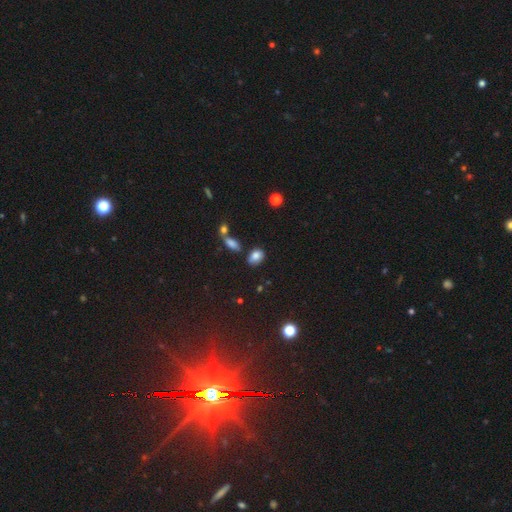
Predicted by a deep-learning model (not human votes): smooth_or_featured: smooth (p=0.80) [alt: star or artifact p=0.11]
how_rounded: in between (p=0.71) [alt: round p=0.27]
merging: none (p=0.62) [alt: minor disturbance p=0.20]